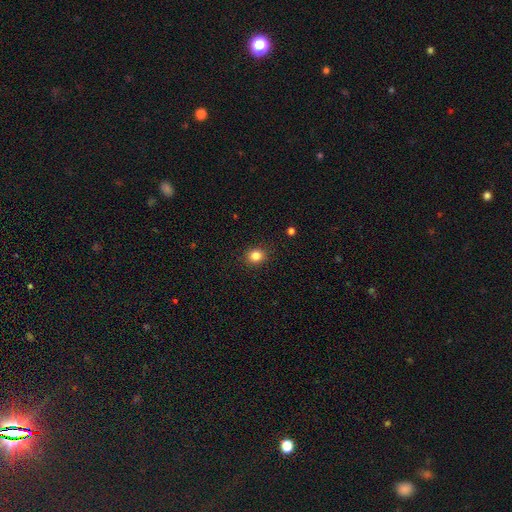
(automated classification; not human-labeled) Smooth or featured? smooth (83%)
How rounded? round (77%)
Merging? none (90%)